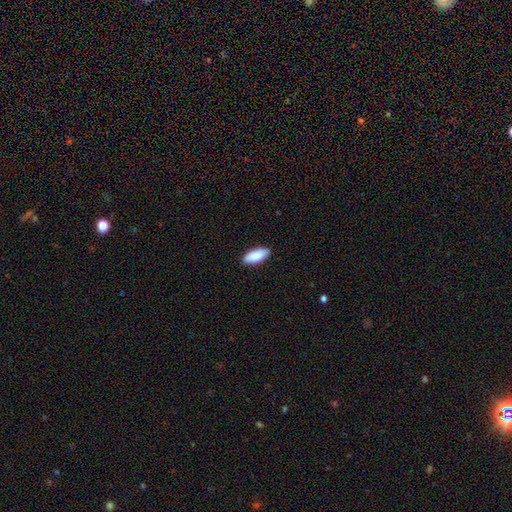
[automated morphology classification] A smooth galaxy with no disk features (88%) that is in between round and cigar-shaped (82%).

Vote fractions:
- Smooth or featured? smooth: 88% / featured or disk: 7% / star or artifact: 5%
- How rounded? in between: 82% / cigar-shaped: 16% / round: 2%
- Merging? none: 90% / minor disturbance: 8% / major disturbance: 2% / merger: 1%